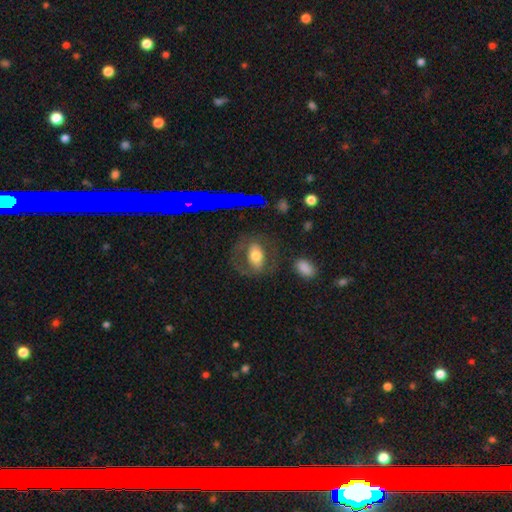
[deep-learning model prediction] A smooth galaxy with no disk features (49%).

Vote fractions:
- Smooth or featured? smooth: 49% / featured or disk: 40% / star or artifact: 10%
- Merging? none: 71% / minor disturbance: 14% / major disturbance: 13% / merger: 2%